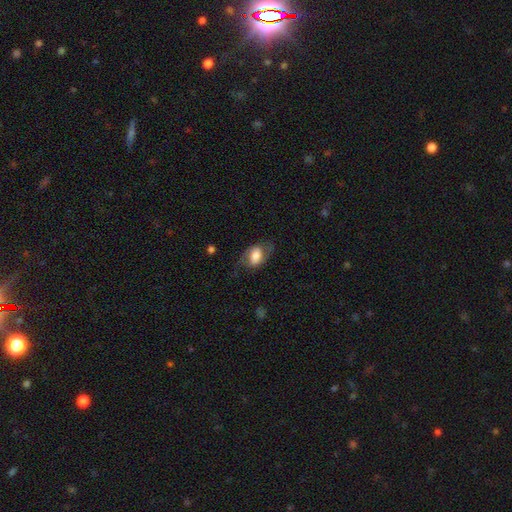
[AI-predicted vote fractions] Smooth or featured: smooth — 49% (featured or disk — 43%)
Merging: none — 62% (minor disturbance — 21%)